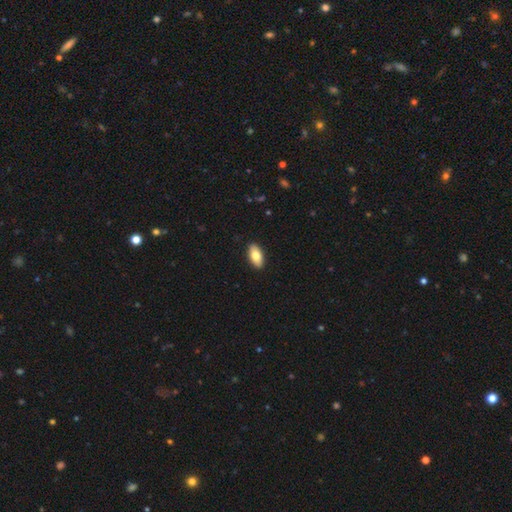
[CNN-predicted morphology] Smooth or featured: smooth — 78% (featured or disk — 16%)
How rounded: in between — 92% (cigar-shaped — 6%)
Merging: none — 91% (minor disturbance — 7%)